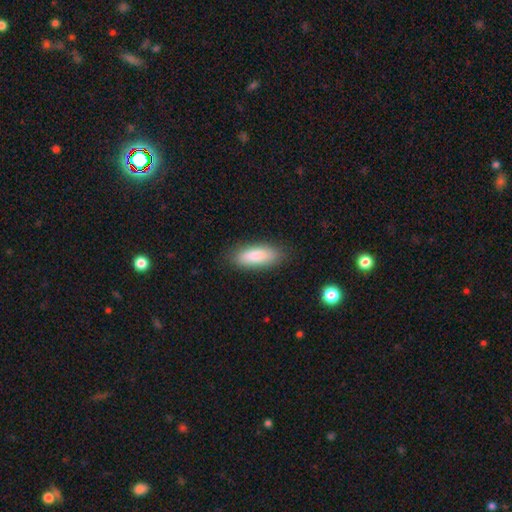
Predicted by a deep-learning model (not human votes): Overall: smooth (85%). How rounded: in between (73%). Merging: none (83%).